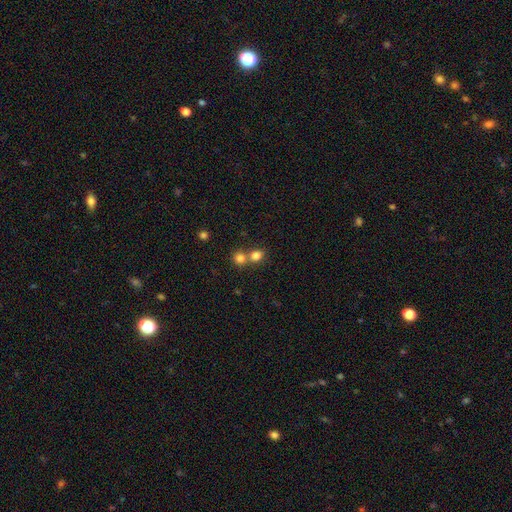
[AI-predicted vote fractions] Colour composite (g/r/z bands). It shows a smooth galaxy with no disk features (80%) that is round (67%). Merging: none (45%, tied with merger).